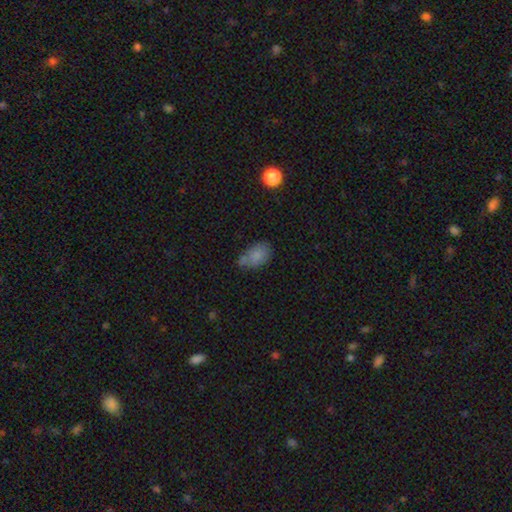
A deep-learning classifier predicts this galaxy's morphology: Smooth or featured: smooth — 79% (featured or disk — 11%)
How rounded: in between — 87% (round — 12%)
Merging: none — 49% (minor disturbance — 26%)